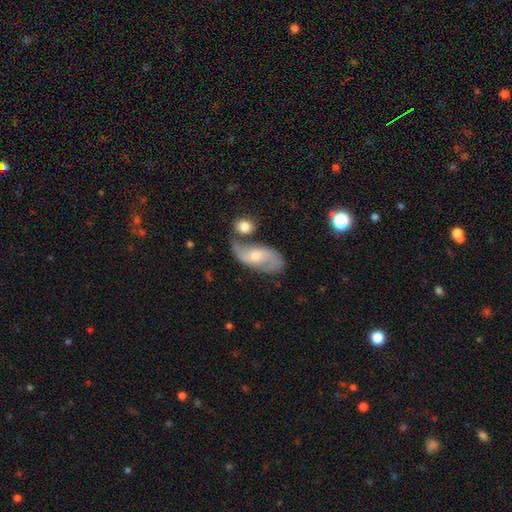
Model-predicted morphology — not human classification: featured or disk 70%, smooth 23%, star or artifact 7%. Down the decision tree: edge-on disk — no (93%); bar — no (56%); spiral arms — yes (89%); spiral arm count — 2 (87%); spiral winding — loose (52%); bulge size — moderate (47%); merging — none (53%).